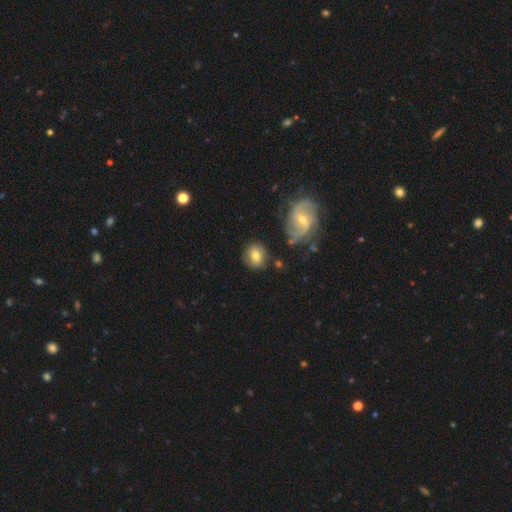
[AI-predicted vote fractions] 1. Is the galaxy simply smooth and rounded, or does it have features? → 64% smooth, 27% featured or disk, 9% star or artifact.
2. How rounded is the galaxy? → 71% round, 28% in between, 1% cigar-shaped.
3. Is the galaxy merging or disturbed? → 77% none, 14% minor disturbance, 5% merger, 5% major disturbance.